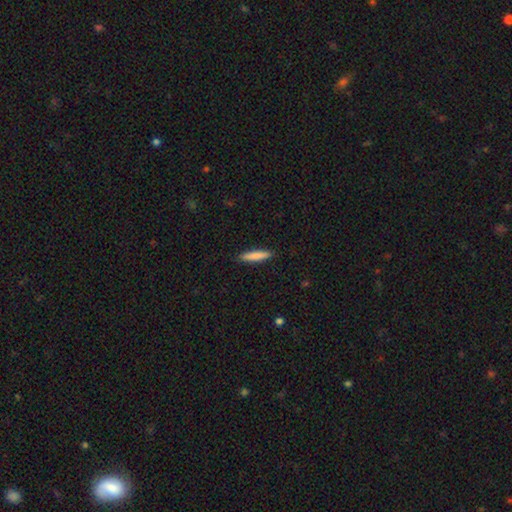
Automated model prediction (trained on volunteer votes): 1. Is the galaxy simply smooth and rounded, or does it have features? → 82% smooth, 12% featured or disk, 6% star or artifact.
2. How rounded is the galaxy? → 88% cigar-shaped, 11% in between, 1% round.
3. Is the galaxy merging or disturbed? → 90% none, 7% minor disturbance, 2% major disturbance, 1% merger.